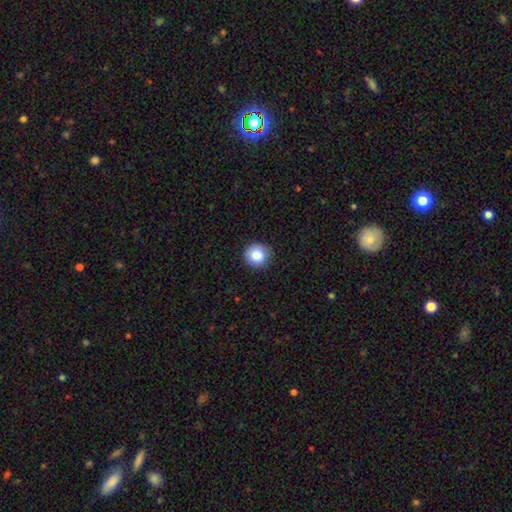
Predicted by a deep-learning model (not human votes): smooth_or_featured: smooth (p=0.85) [alt: star or artifact p=0.09]
how_rounded: round (p=0.92) [alt: in between p=0.07]
merging: none (p=0.90) [alt: minor disturbance p=0.07]